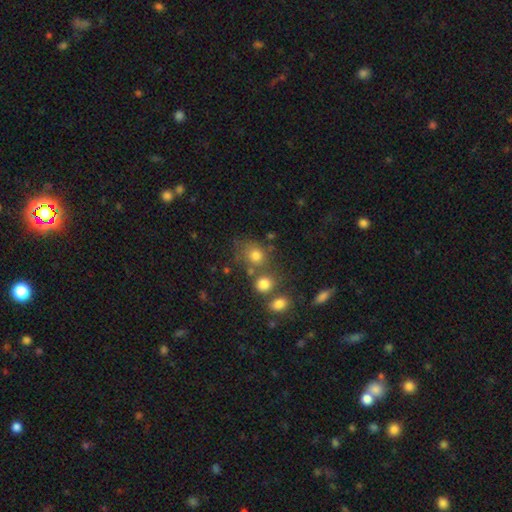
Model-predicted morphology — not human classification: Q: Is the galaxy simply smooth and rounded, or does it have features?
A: smooth — 75%.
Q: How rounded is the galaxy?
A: round — 70%.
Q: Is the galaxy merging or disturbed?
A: none — 55%.